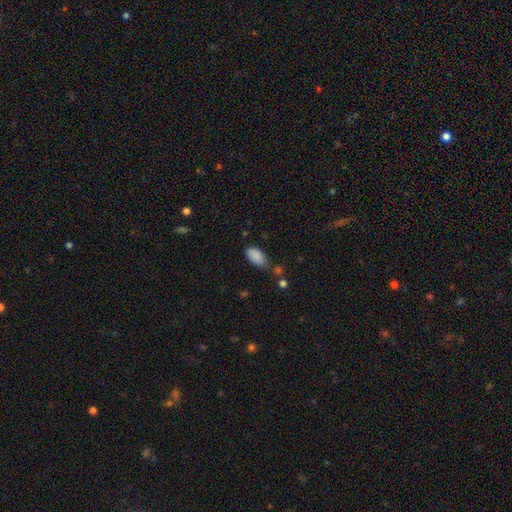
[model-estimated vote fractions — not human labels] This appears to be a smooth galaxy with no disk features (88%) that is in between round and cigar-shaped (94%). Merging: none (59%).